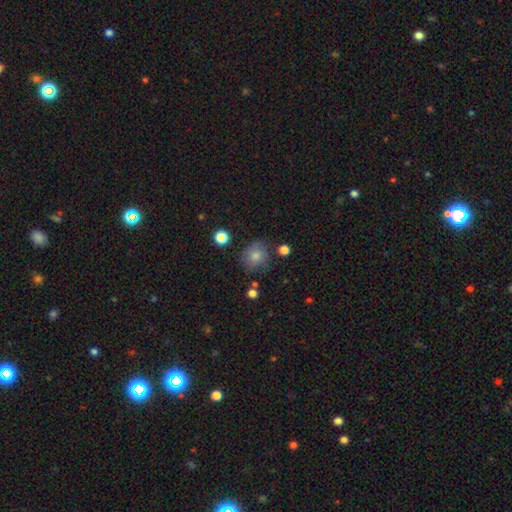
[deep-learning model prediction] Morphology: type=smooth (77%); roundness=round (66%); merging=none (68%).